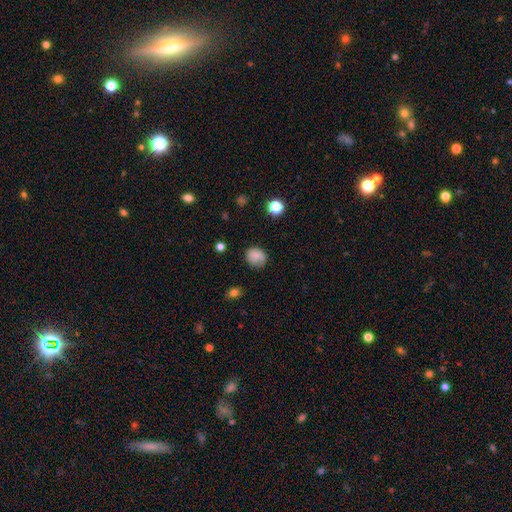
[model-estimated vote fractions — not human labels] This is likely a smooth galaxy (80%). How rounded: likely round (67%). Merging: likely none (70%).